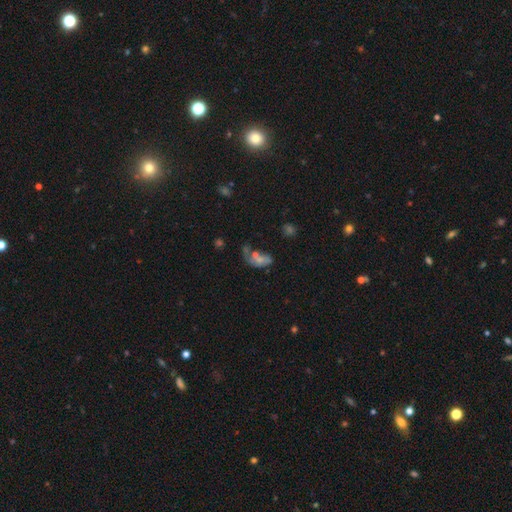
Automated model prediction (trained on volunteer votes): A star or artifact, not a galaxy (34%).